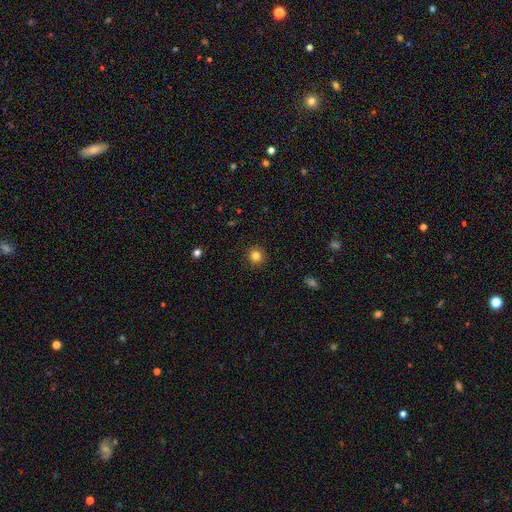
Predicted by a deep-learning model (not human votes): A smooth galaxy with no disk features (82%) that is round (92%). Merging: none (92%).